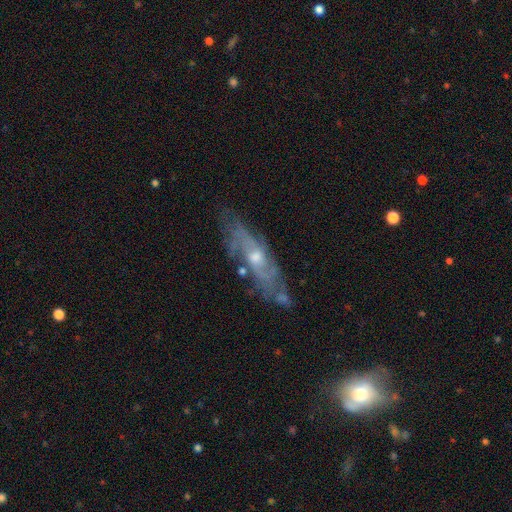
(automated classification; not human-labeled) The model was most divided on "bulge size": moderate: 56%, small: 38%, large: 3%, none: 2%, dominant: 1%. More confident: spiral arms — yes (83%); smooth or featured — featured or disk (78%); edge-on disk — no (75%); bar — no (67%); merging — none (65%).